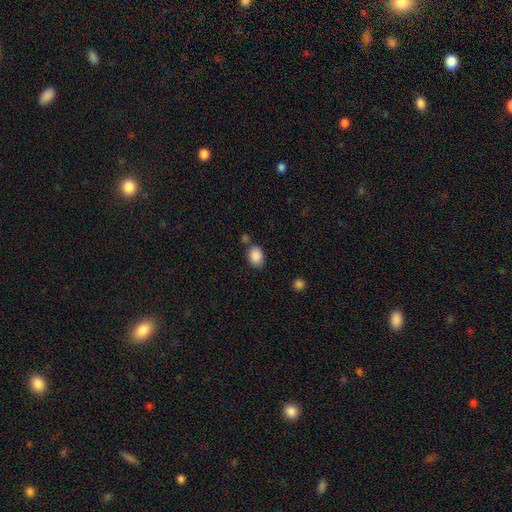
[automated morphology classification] Smooth or featured? smooth (88%)
How rounded? in between (70%)
Merging? none (68%)